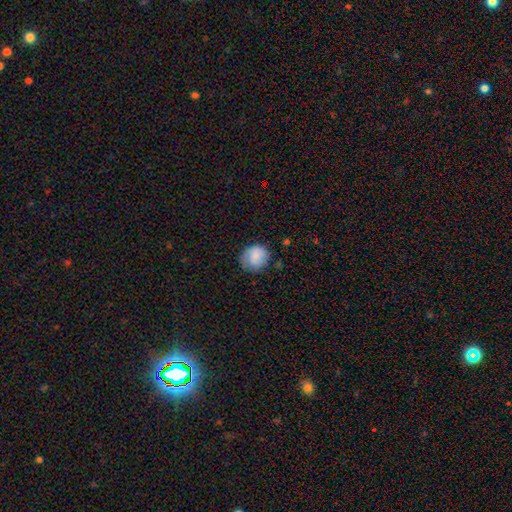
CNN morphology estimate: type=smooth (83%); roundness=round (82%); merging=none (73%).